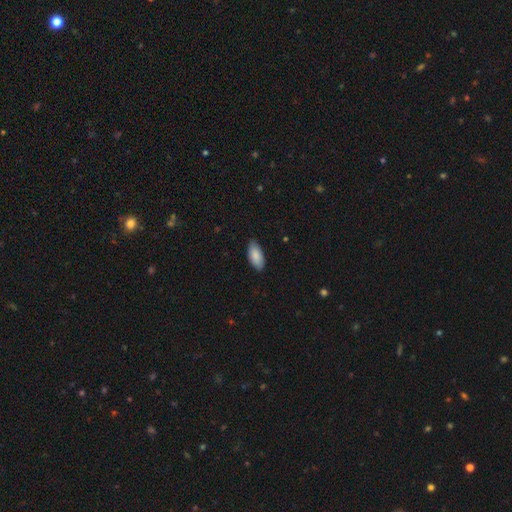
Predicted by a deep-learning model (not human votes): The model was most divided on "merging": none: 83%, minor disturbance: 14%, major disturbance: 2%, merger: 1%. More confident: how rounded — in between (92%); smooth or featured — smooth (85%).